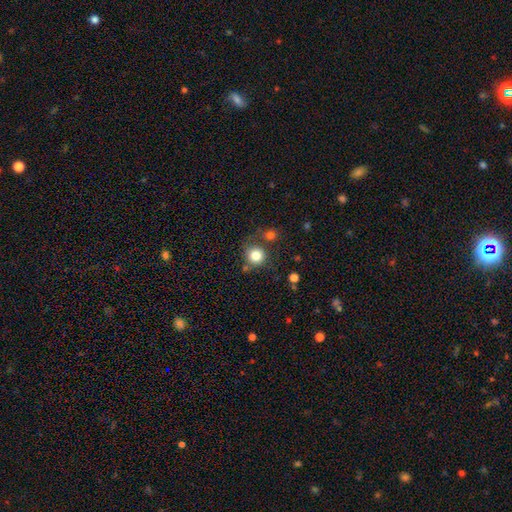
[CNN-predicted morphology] smooth-or-featured: smooth: 81% | star or artifact: 11% | featured or disk: 7%
  how-rounded: round: 92% | in between: 7% | cigar-shaped: 1%
  merging: none: 72% | minor disturbance: 12% | merger: 12% | major disturbance: 5%